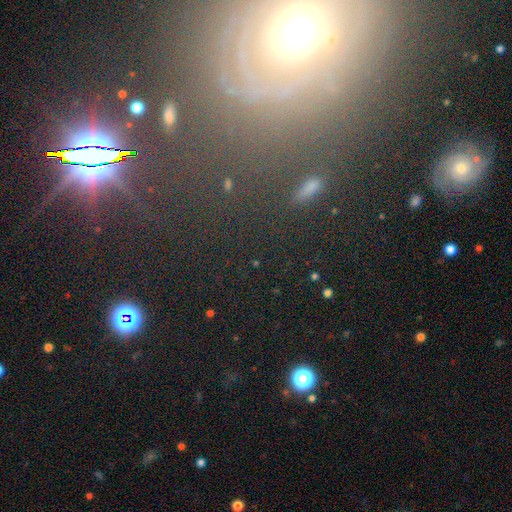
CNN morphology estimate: A star or artifact, not a galaxy (42%).

Vote fractions:
- Smooth or featured? star or artifact: 42% / featured or disk: 38% / smooth: 19%